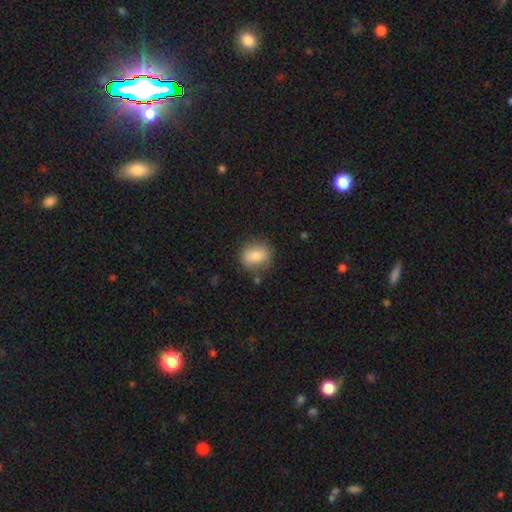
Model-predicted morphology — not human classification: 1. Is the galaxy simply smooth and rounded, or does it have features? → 82% smooth, 10% featured or disk, 8% star or artifact.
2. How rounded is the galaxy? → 49% in between (tied), 49% round (tied), 1% cigar-shaped.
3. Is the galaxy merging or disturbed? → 73% none, 18% minor disturbance, 5% major disturbance, 4% merger.